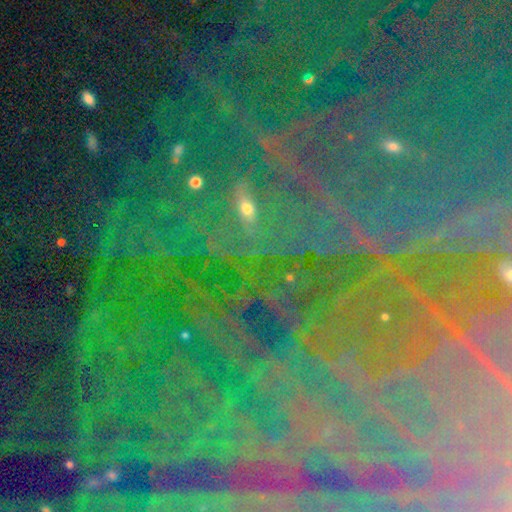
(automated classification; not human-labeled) This is clearly a star or artifact rather than a galaxy (85%).